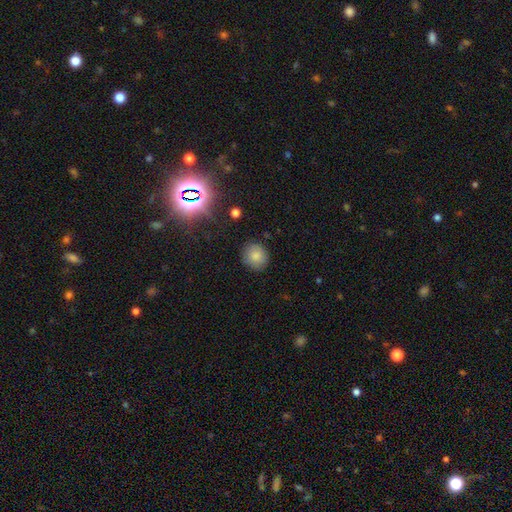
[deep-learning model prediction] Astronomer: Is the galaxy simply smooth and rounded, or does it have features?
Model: smooth — 82%.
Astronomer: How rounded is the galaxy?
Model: round — 87%.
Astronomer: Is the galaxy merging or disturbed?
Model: none — 87%.